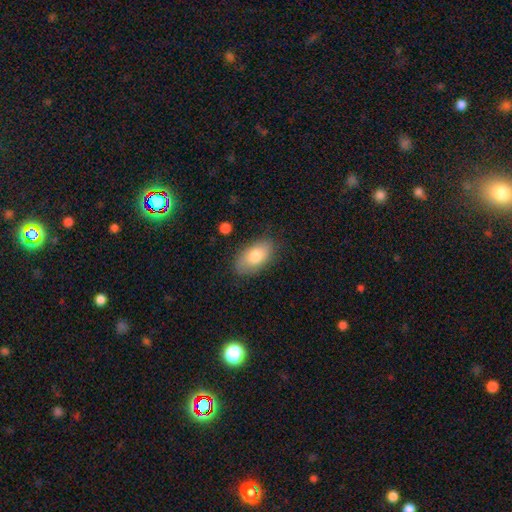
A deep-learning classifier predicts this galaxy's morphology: The model was most divided on "smooth or featured": smooth: 77%, featured or disk: 16%, star or artifact: 7%. More confident: how rounded — in between (93%); merging — none (80%).